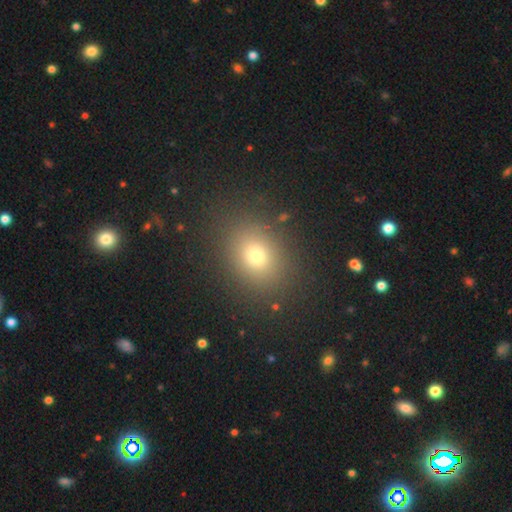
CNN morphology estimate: smooth-or-featured: smooth: 69% | star or artifact: 22% | featured or disk: 9%
  how-rounded: round: 51% | in between: 48% | cigar-shaped: 1%
  merging: none: 88% | minor disturbance: 7% | major disturbance: 3% | merger: 2%